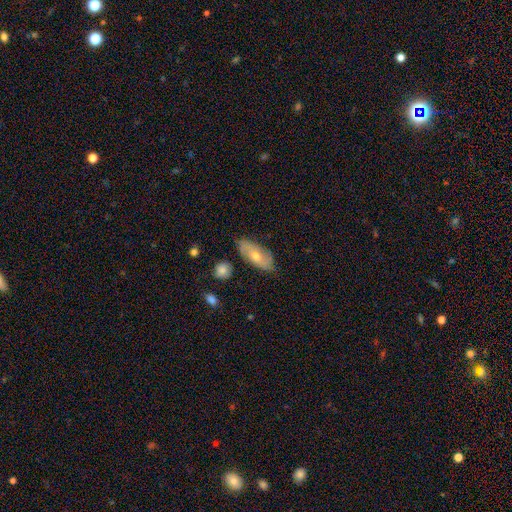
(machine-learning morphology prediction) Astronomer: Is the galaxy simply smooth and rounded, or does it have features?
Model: featured or disk — 50% (runner-up: smooth, 42%).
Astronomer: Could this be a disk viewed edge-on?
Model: no — 81%.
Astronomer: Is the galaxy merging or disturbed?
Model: none — 78%.